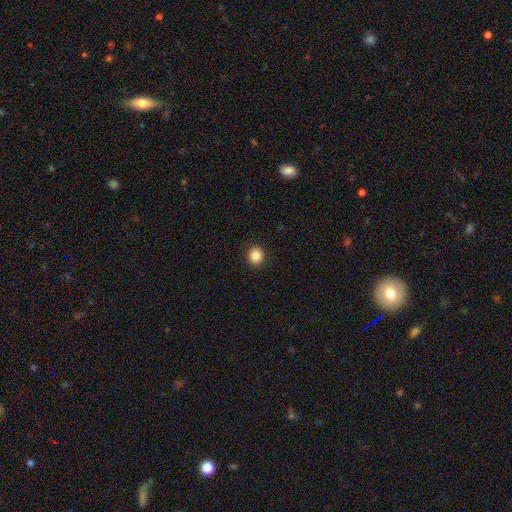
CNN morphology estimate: The model was most divided on "how rounded": round: 88%, in between: 12%, cigar-shaped: 1%. More confident: merging — none (93%); smooth or featured — smooth (86%).